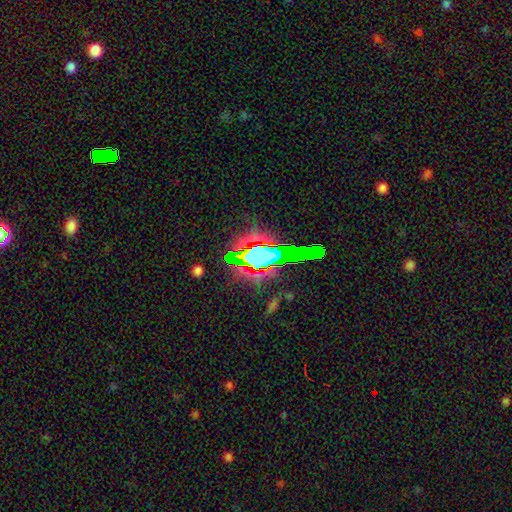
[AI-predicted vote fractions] This appears to be a star or artifact, not a galaxy (66%).